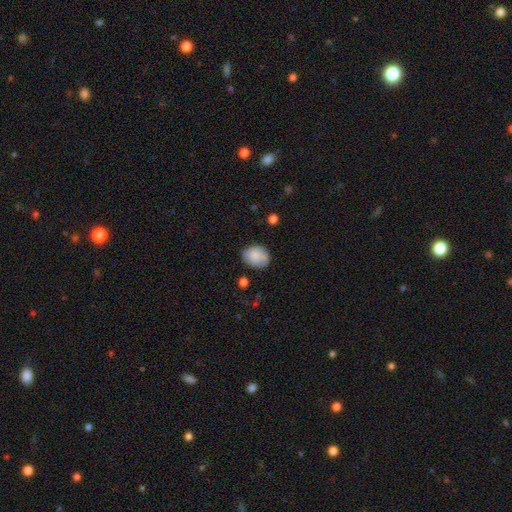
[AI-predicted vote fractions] The model was most divided on "how rounded": in between: 54%, round: 45%, cigar-shaped: 1%. More confident: smooth or featured — smooth (85%); merging — none (74%).